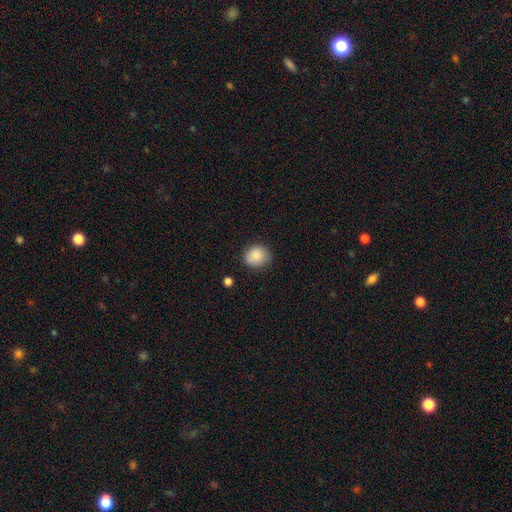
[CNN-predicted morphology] smooth_or_featured: smooth (p=0.86) [alt: star or artifact p=0.08]
how_rounded: round (p=0.75) [alt: in between p=0.24]
merging: none (p=0.83) [alt: minor disturbance p=0.13]